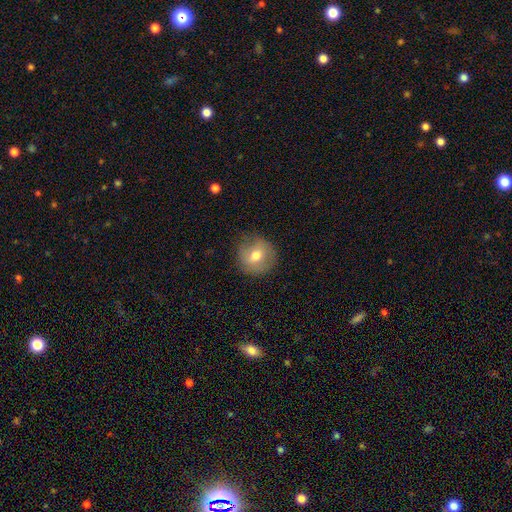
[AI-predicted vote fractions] This is likely a smooth galaxy (66%). How rounded: clearly round (92%). Merging: clearly none (81%).